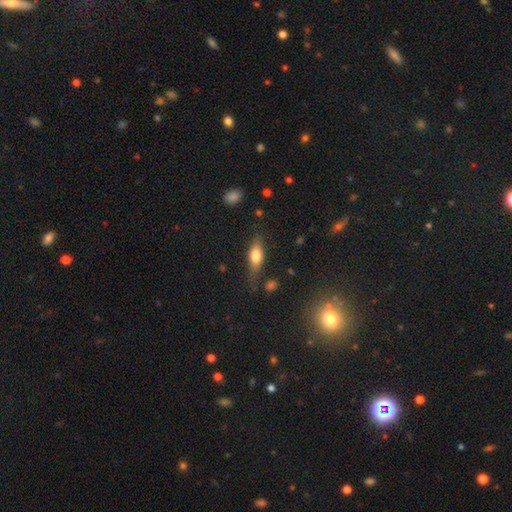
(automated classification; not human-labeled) Smooth or featured: smooth — 69% (featured or disk — 23%)
How rounded: in between — 70% (cigar-shaped — 26%)
Merging: none — 70% (minor disturbance — 21%)